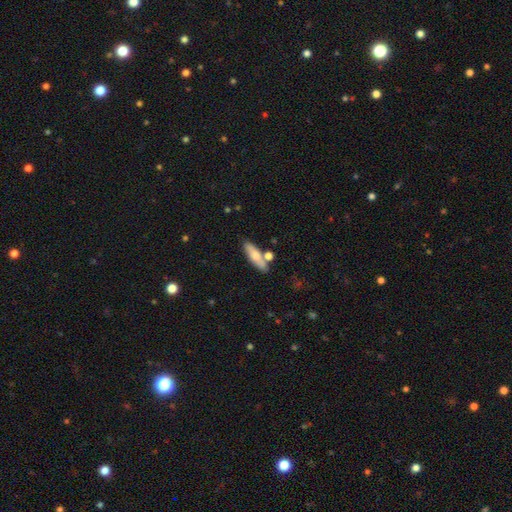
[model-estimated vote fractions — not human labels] Q: Smooth or featured?
A: smooth (69%); runner-up: featured or disk (24%)
Q: How rounded?
A: cigar-shaped (55%); runner-up: in between (42%)
Q: Merging?
A: none (70%); runner-up: merger (14%)